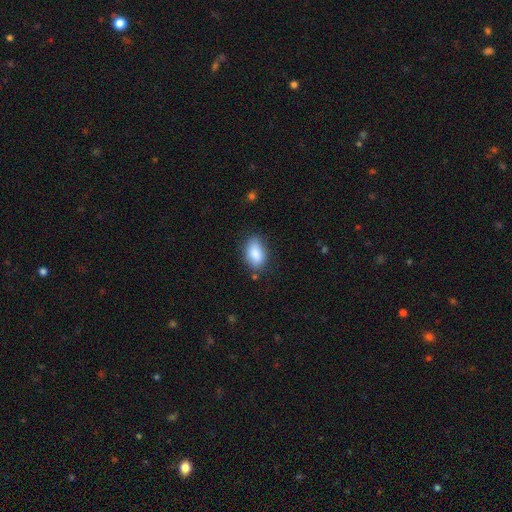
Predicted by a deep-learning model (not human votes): This appears to be a smooth galaxy with no disk features (86%) that is in between round and cigar-shaped (90%). Merging: none (75%).